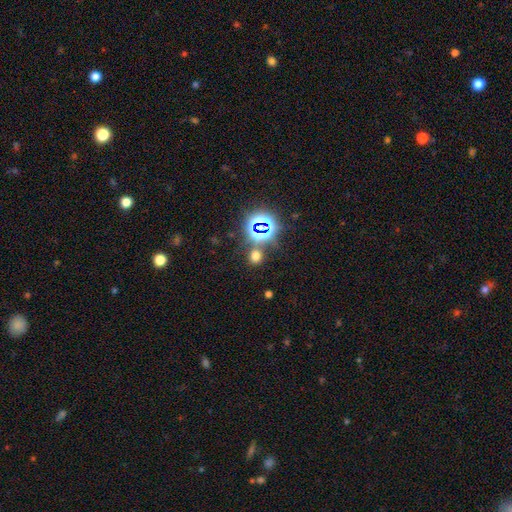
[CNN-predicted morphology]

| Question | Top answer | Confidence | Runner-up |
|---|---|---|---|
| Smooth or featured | smooth | 57% | star or artifact (36%) |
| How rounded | round | 79% | in between (19%) |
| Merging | none | 76% | merger (12%) |